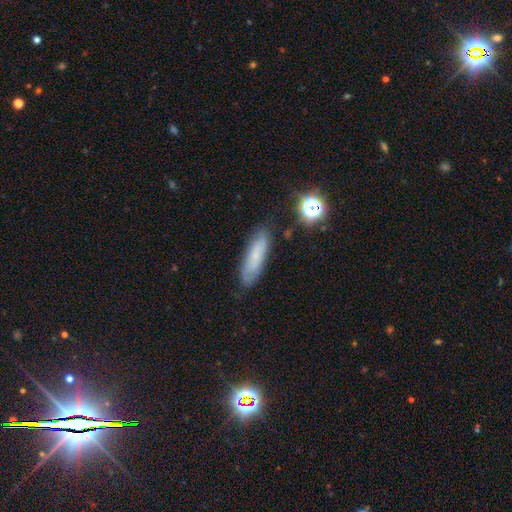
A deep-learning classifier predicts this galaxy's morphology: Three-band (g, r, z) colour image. It shows a smooth galaxy with no disk features (62%) that is cigar-shaped (60%). Merging: none (78%).